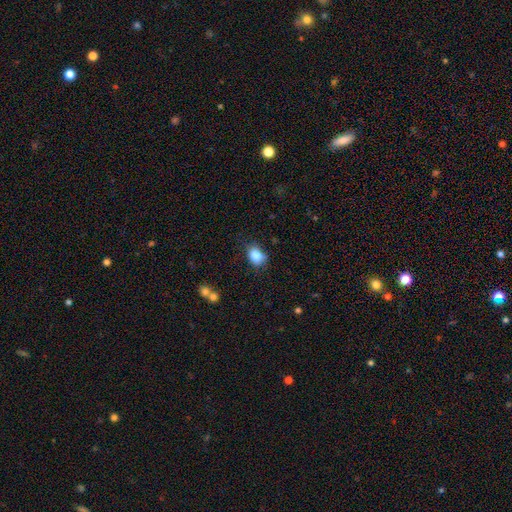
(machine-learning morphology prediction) This appears to be a smooth galaxy with no disk features (81%) that is in between round and cigar-shaped (58%). Merging: none (67%).